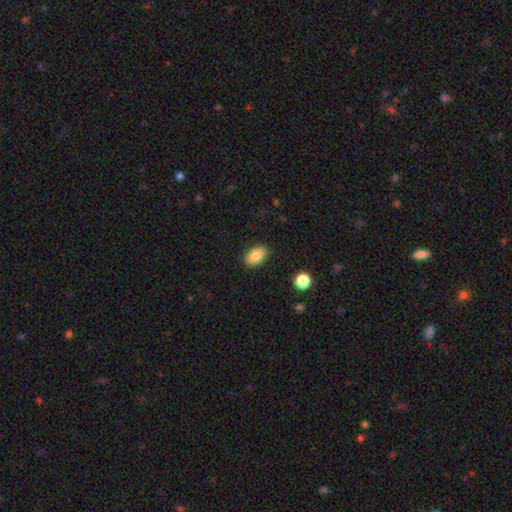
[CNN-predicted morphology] This appears to be a smooth galaxy with no disk features (85%) that is in between round and cigar-shaped (92%). Merging: none (88%).